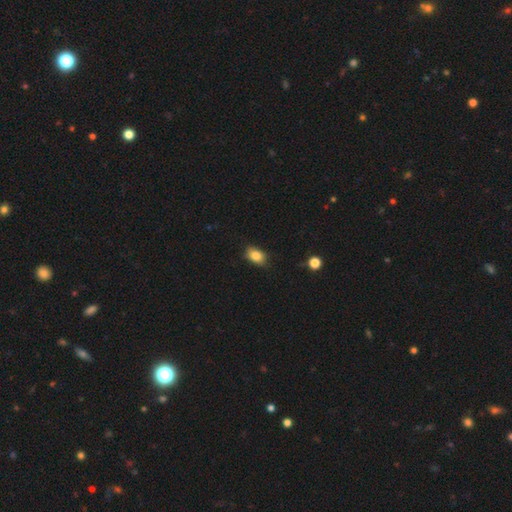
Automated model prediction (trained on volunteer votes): smooth-or-featured: smooth: 84% | star or artifact: 9% | featured or disk: 7%
  how-rounded: in between: 83% | round: 15% | cigar-shaped: 2%
  merging: none: 78% | minor disturbance: 18% | major disturbance: 3% | merger: 1%